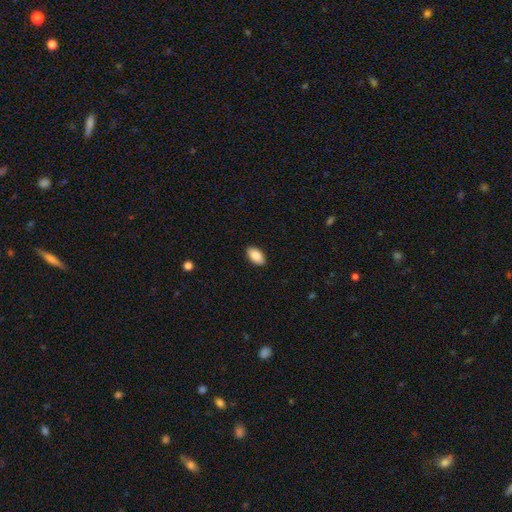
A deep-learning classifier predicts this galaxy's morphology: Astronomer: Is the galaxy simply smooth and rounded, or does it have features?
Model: smooth — 88%.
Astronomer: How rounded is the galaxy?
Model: in between — 94%.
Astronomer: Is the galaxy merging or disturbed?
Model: none — 89%.